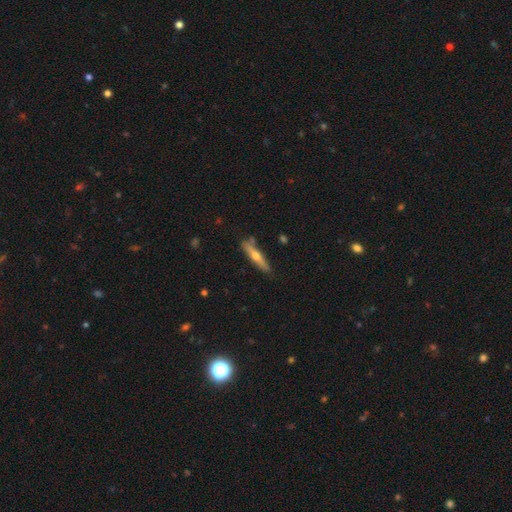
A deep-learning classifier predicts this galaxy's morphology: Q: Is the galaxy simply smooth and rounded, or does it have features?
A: featured or disk — 56%.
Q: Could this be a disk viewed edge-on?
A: yes — 94%.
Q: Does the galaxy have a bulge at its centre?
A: rounded — 89%.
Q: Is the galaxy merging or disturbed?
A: none — 81%.